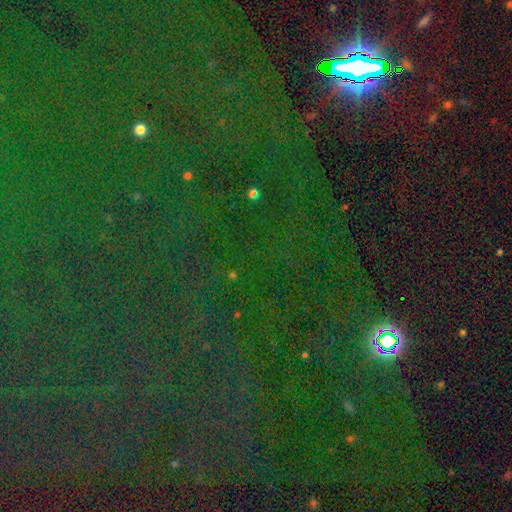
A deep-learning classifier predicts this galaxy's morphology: star or artifact 84%, smooth 9%, featured or disk 7%.